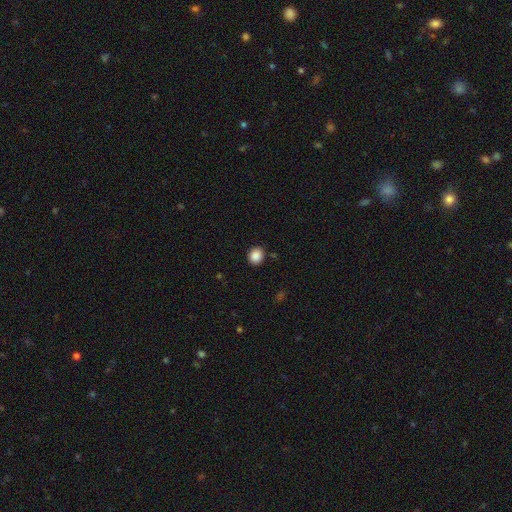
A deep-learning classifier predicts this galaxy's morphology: smooth_or_featured: smooth (p=0.88) [alt: star or artifact p=0.09]
how_rounded: round (p=0.78) [alt: in between p=0.21]
merging: none (p=0.88) [alt: minor disturbance p=0.08]